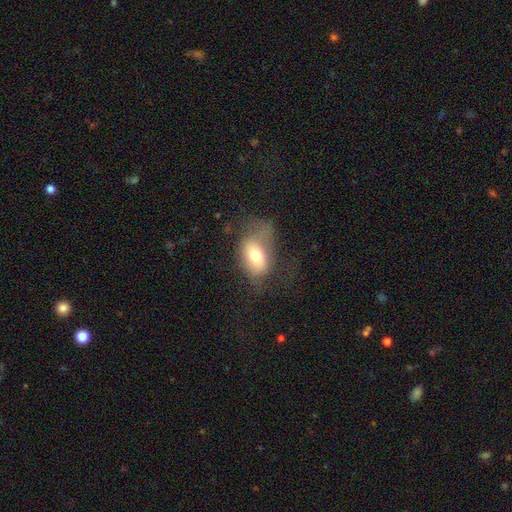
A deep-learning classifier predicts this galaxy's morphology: A smooth galaxy with no disk features (68%) that is in between round and cigar-shaped (85%).

Vote fractions:
- Smooth or featured? smooth: 68% / featured or disk: 23% / star or artifact: 9%
- How rounded? in between: 85% / round: 13% / cigar-shaped: 2%
- Merging? major disturbance: 35% / none: 34% / minor disturbance: 28% / merger: 3%